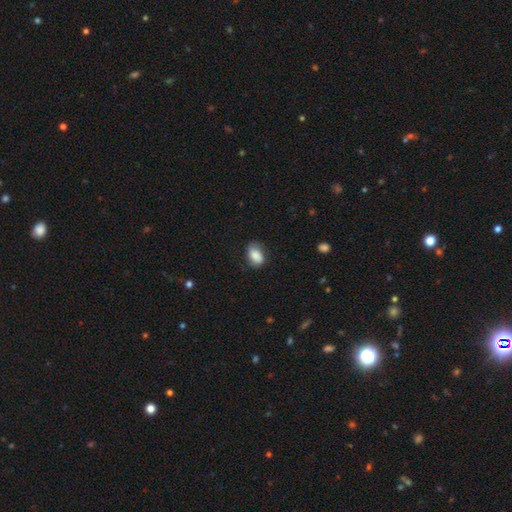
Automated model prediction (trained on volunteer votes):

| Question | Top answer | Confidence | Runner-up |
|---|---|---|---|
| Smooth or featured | smooth | 82% | featured or disk (11%) |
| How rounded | in between | 88% | round (11%) |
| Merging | none | 67% | minor disturbance (25%) |